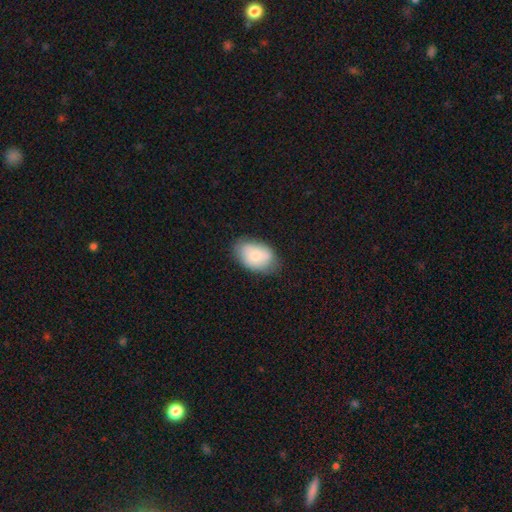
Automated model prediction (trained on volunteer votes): Smooth or featured? smooth (76%)
How rounded? in between (88%)
Merging? none (71%)